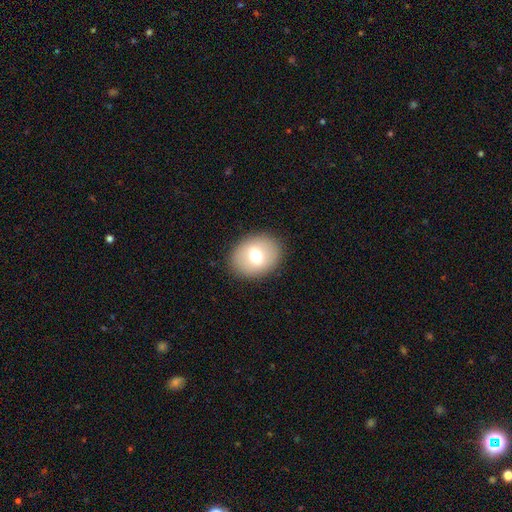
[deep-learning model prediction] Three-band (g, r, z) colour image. It shows a smooth galaxy with no disk features (70%) that is in between round and cigar-shaped (54%). Merging: none (88%).